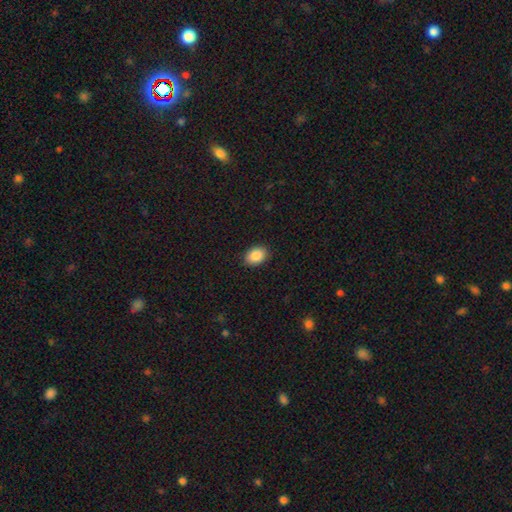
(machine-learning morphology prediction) This is clearly a smooth galaxy (88%). How rounded: clearly in between (81%). Merging: clearly none (90%).